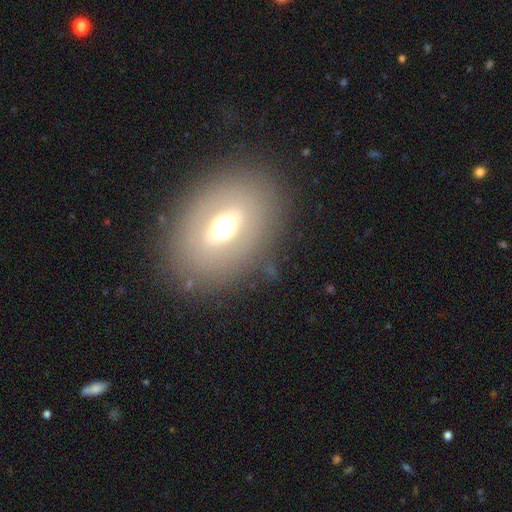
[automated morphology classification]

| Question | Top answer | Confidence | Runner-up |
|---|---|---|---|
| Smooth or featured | smooth | 50% | featured or disk (37%) |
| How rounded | in between | 74% | round (24%) |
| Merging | none | 84% | minor disturbance (10%) |